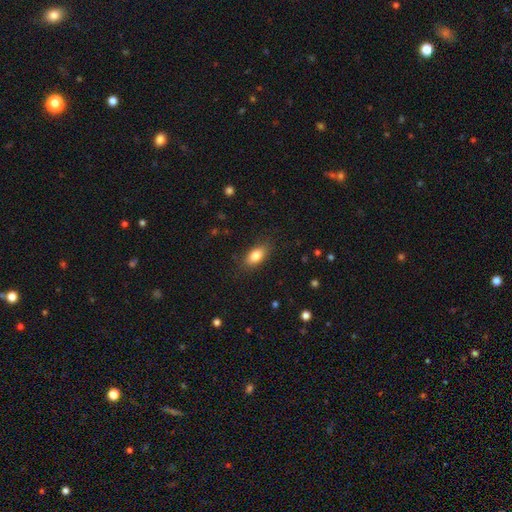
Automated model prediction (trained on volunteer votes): Overall: smooth (84%). How rounded: in between (89%). Merging: none (85%).